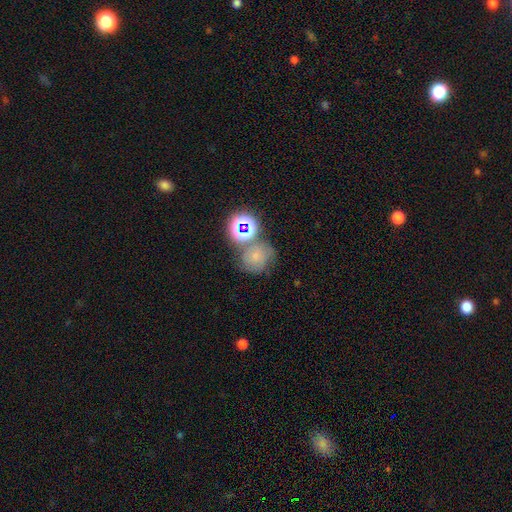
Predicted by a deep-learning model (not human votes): A smooth galaxy with no disk features (54%) that is round (78%). Merging: none (53%).